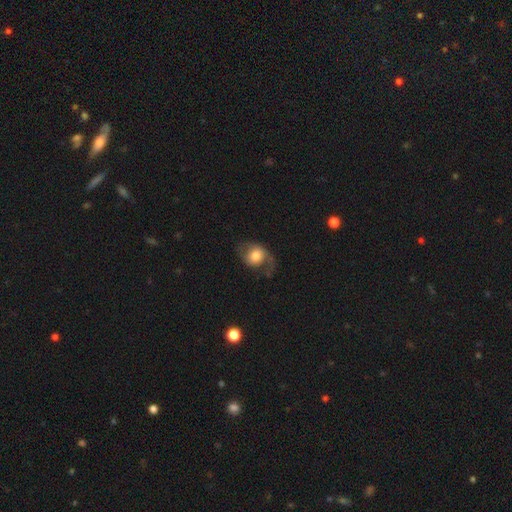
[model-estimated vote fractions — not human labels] This appears to be a smooth galaxy with no disk features (47%). Merging: none (43%).